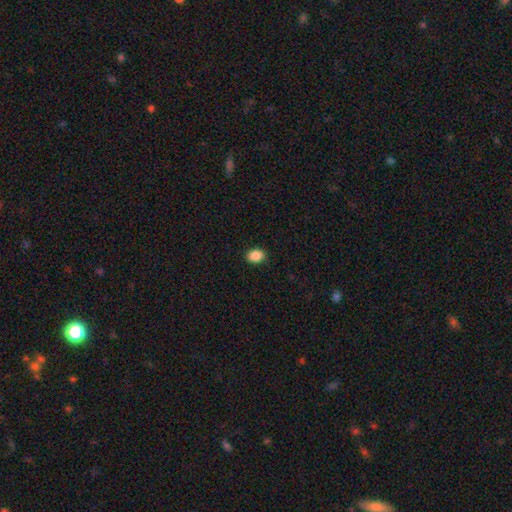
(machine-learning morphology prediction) This is clearly a smooth galaxy (89%). How rounded: likely in between (67%). Merging: clearly none (90%).